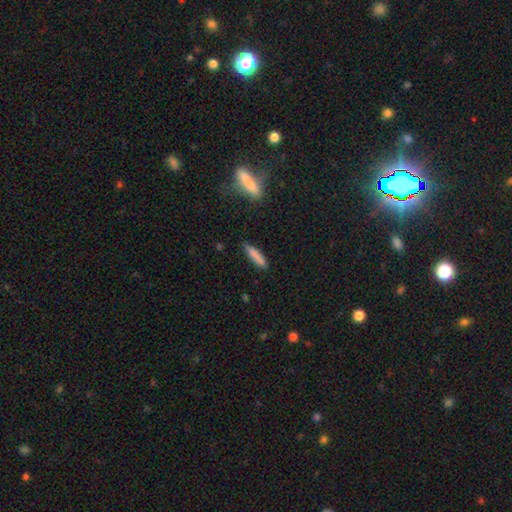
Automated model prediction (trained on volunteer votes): This appears to be a smooth galaxy with no disk features (85%) that is cigar-shaped (81%). Merging: none (84%).